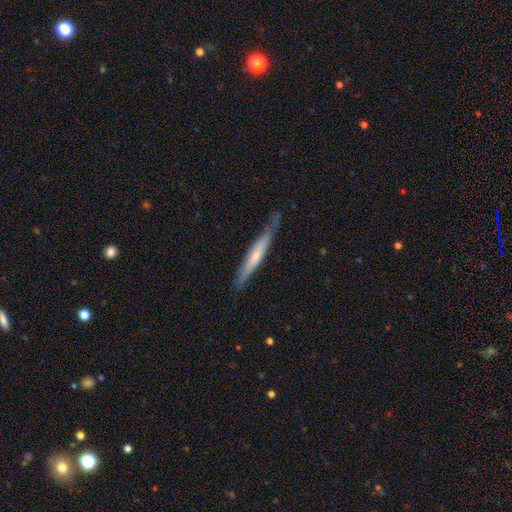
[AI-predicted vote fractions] This is possibly a featured or disk galaxy (48%). Merging: likely none (72%).